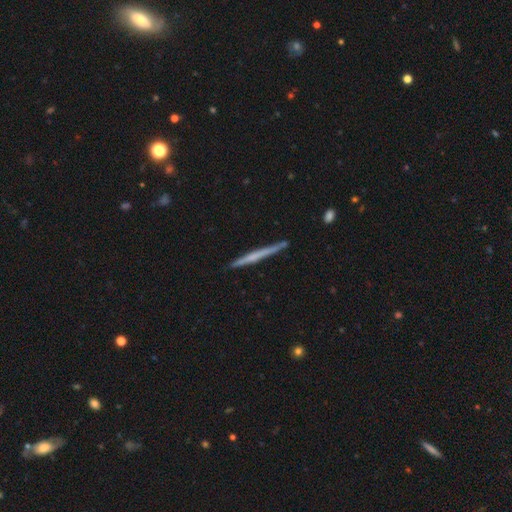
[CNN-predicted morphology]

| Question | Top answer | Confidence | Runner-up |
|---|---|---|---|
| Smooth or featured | featured or disk | 51% | smooth (43%) |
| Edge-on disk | yes | 98% | no (2%) |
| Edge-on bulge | none | 80% | rounded (14%) |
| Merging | none | 88% | minor disturbance (8%) |